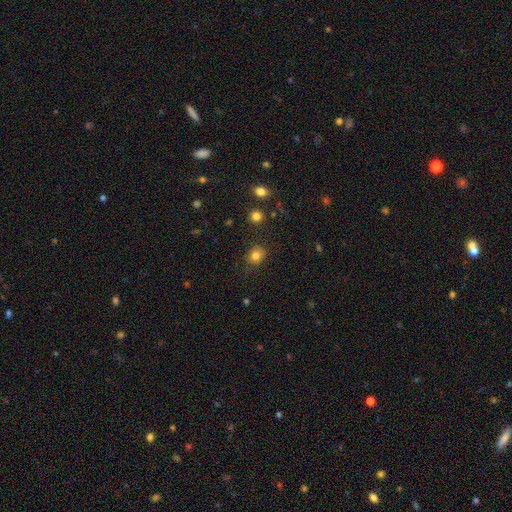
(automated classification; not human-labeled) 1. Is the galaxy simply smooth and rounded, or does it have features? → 81% smooth, 12% star or artifact, 7% featured or disk.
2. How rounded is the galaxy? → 64% round, 35% in between, 1% cigar-shaped.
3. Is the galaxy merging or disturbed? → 77% none, 17% minor disturbance, 4% major disturbance, 2% merger.